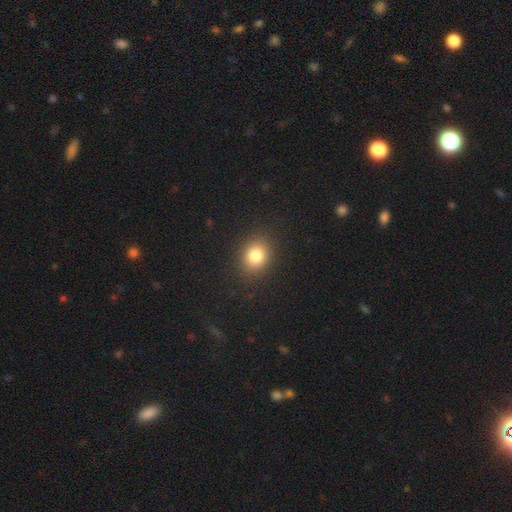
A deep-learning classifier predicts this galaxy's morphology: type=smooth (81%); roundness=round (59%); merging=none (89%).